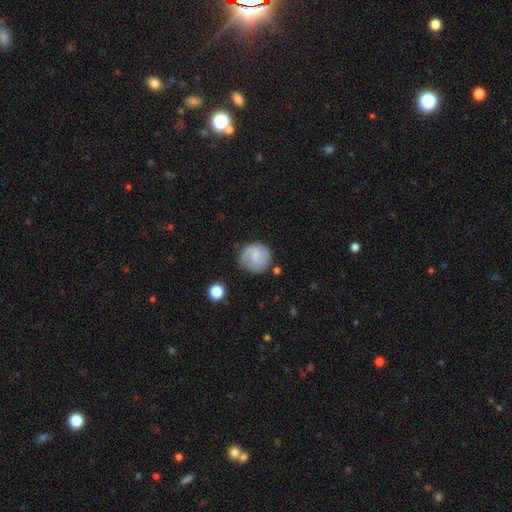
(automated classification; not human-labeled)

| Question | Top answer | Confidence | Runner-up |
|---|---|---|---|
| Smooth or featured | featured or disk | 53% | smooth (40%) |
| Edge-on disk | no | 98% | yes (2%) |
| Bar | no | 55% | weak (38%) |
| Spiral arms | yes | 88% | no (12%) |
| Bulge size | none | 39% | small (37%) |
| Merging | none | 67% | minor disturbance (21%) |